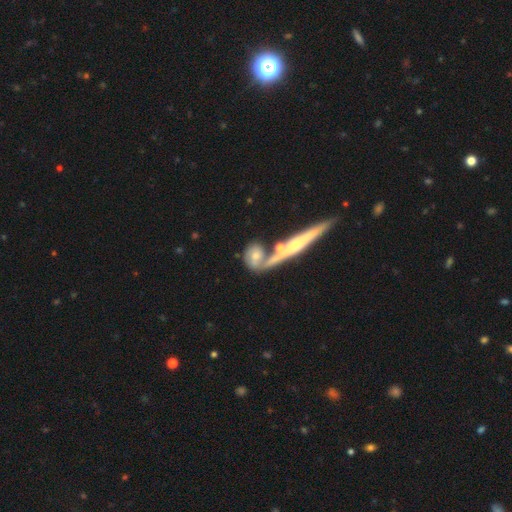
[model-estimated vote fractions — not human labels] This is possibly a featured or disk galaxy (49%). Merging: marginally none (41%).